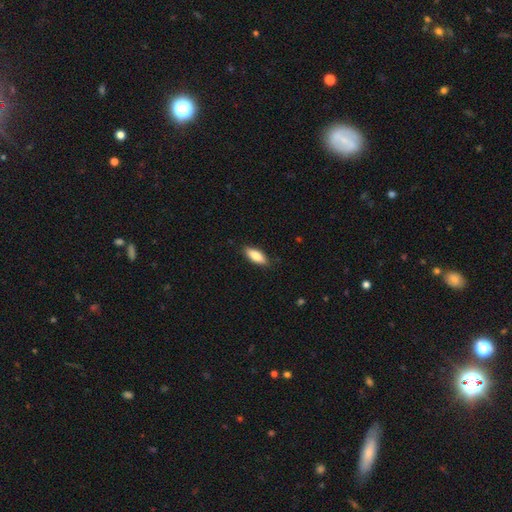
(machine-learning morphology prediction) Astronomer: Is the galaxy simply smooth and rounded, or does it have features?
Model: smooth — 80%.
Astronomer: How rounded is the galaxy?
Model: in between — 69%.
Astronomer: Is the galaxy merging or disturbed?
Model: none — 87%.